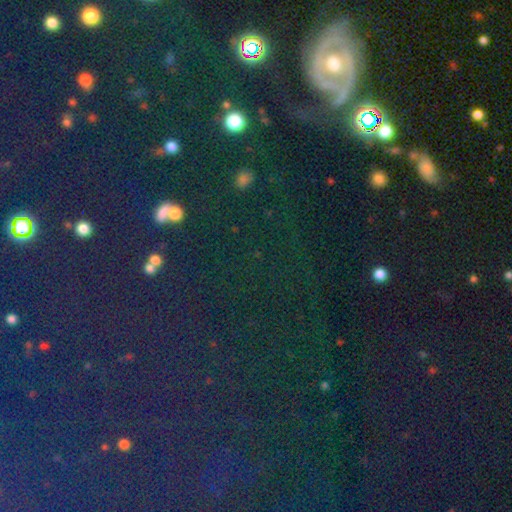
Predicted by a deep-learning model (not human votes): Overall: star or artifact (64%).